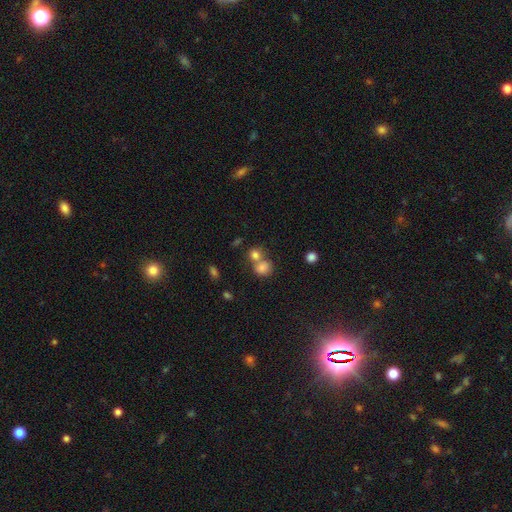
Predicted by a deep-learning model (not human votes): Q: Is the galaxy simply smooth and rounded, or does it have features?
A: smooth — 78%.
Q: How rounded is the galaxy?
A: round — 75%.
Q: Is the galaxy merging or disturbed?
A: merger — 48%.